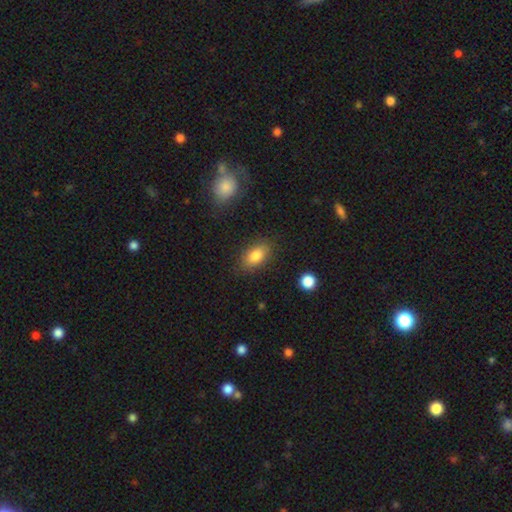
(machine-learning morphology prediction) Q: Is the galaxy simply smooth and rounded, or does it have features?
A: smooth — 82%.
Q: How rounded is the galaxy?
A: in between — 89%.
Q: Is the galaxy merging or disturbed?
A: none — 84%.